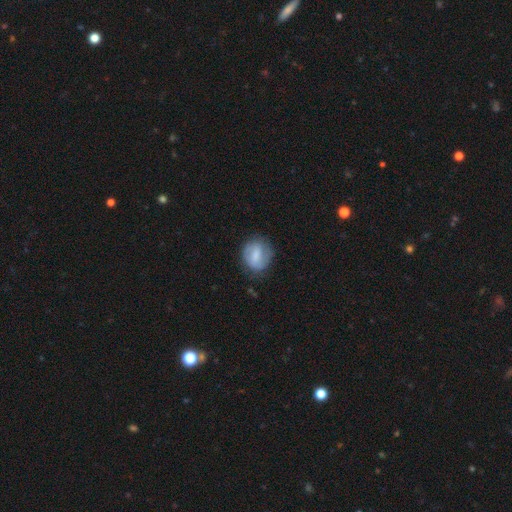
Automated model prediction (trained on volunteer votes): smooth-or-featured: smooth: 61% | featured or disk: 32% | star or artifact: 7%
  how-rounded: round: 64% | in between: 35% | cigar-shaped: 1%
  merging: none: 71% | minor disturbance: 20% | major disturbance: 8% | merger: 1%